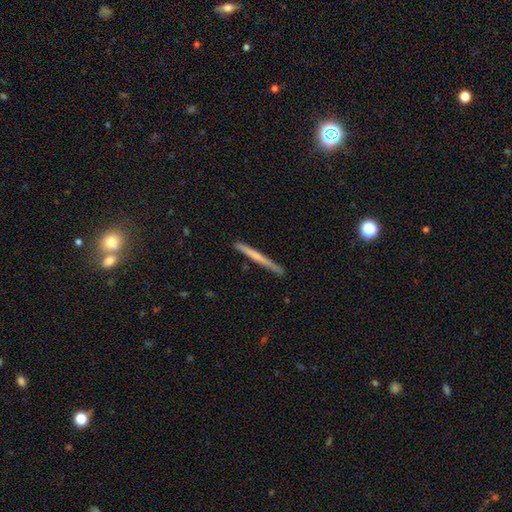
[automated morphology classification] smooth-or-featured: smooth: 49% | featured or disk: 46% | star or artifact: 6%
  merging: none: 88% | minor disturbance: 9% | major disturbance: 2% | merger: 1%